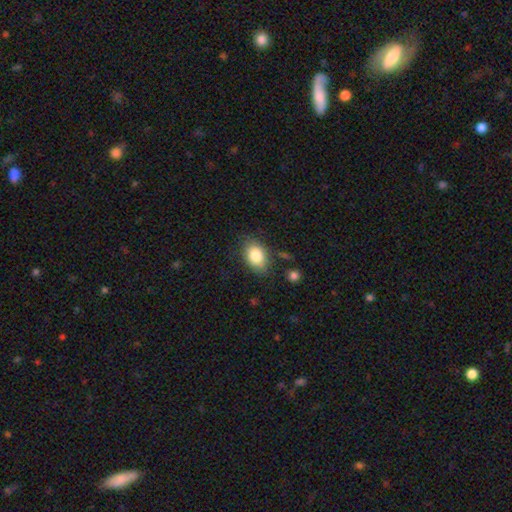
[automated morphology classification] Smooth or featured? Predicted: smooth (p=0.83). How rounded? Predicted: in between (p=0.83). Merging? Predicted: none (p=0.76).